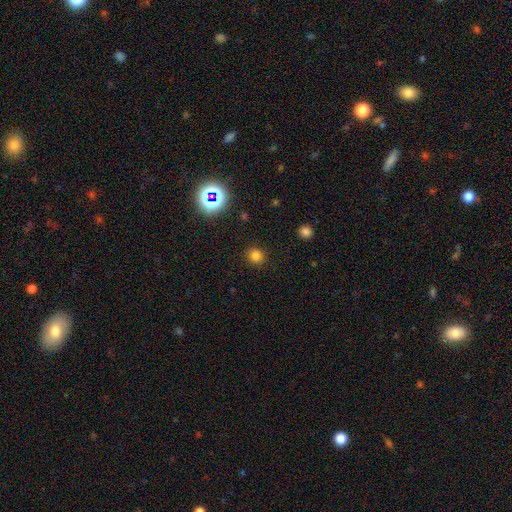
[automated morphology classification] The model was most divided on "smooth or featured": smooth: 79%, star or artifact: 16%, featured or disk: 5%. More confident: how rounded — round (91%); merging — none (90%).